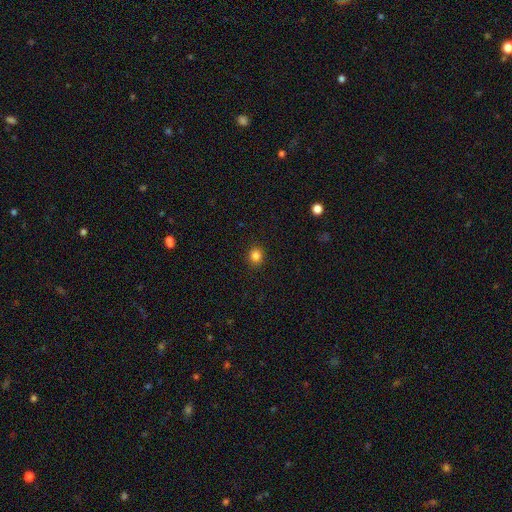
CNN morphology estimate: The model was most divided on "how rounded": round: 82%, in between: 17%, cigar-shaped: 1%. More confident: merging — none (91%); smooth or featured — smooth (84%).